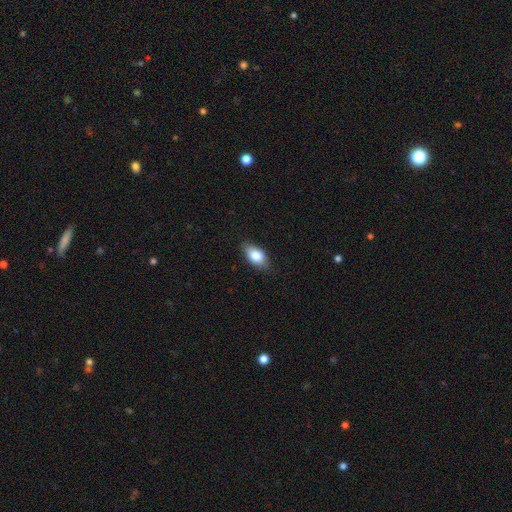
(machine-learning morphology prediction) A smooth galaxy with no disk features (78%) that is in between round and cigar-shaped (88%).

Vote fractions:
- Smooth or featured? smooth: 78% / featured or disk: 15% / star or artifact: 7%
- How rounded? in between: 88% / round: 7% / cigar-shaped: 6%
- Merging? none: 80% / minor disturbance: 16% / major disturbance: 3% / merger: 1%